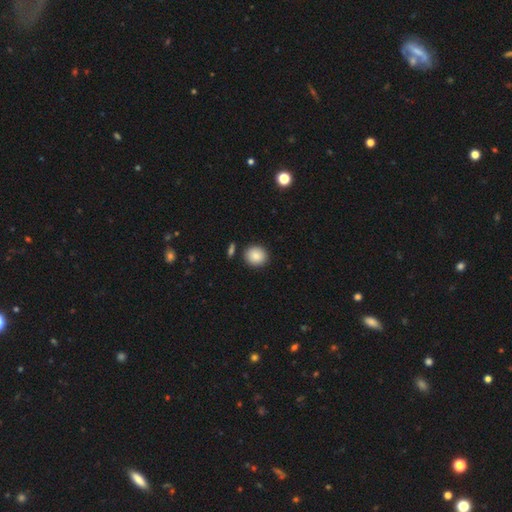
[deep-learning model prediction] This is clearly a smooth galaxy (87%). How rounded: clearly round (85%). Merging: clearly none (87%).